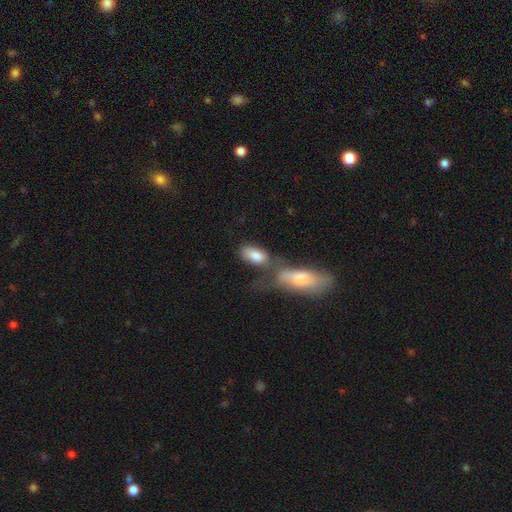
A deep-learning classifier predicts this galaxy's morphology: smooth 80%, featured or disk 13%, star or artifact 7%. Down the decision tree: how rounded — in between (88%); merging — merger (41%).